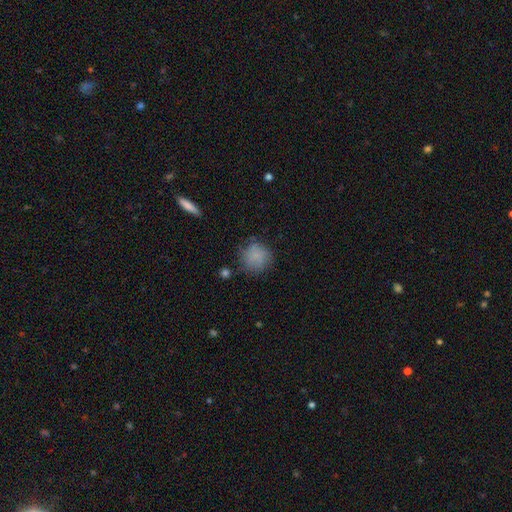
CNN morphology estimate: Smooth or featured: smooth — 80% (star or artifact — 10%)
How rounded: round — 88% (in between — 11%)
Merging: none — 71% (minor disturbance — 19%)